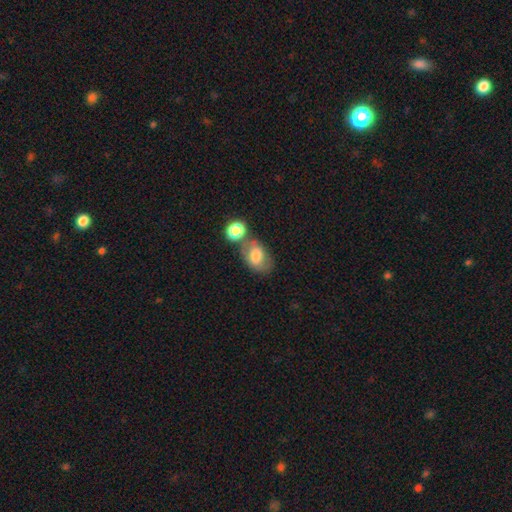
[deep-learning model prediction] smooth-or-featured: smooth: 70% | featured or disk: 20% | star or artifact: 9%
  how-rounded: in between: 79% | round: 20% | cigar-shaped: 1%
  merging: none: 50% | merger: 23% | minor disturbance: 19% | major disturbance: 8%